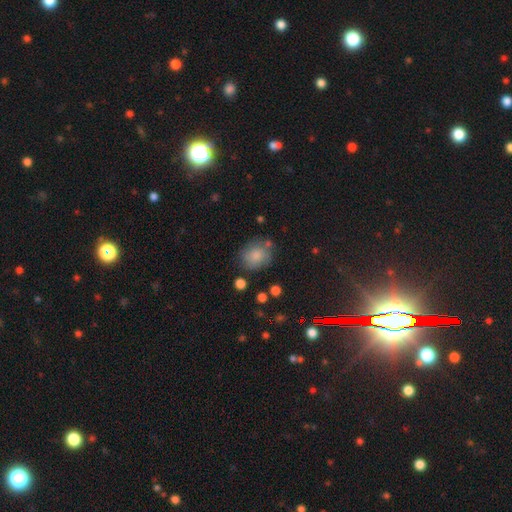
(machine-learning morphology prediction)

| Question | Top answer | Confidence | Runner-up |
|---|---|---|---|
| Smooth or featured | smooth | 80% | featured or disk (10%) |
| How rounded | round | 62% | in between (37%) |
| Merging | none | 69% | minor disturbance (19%) |